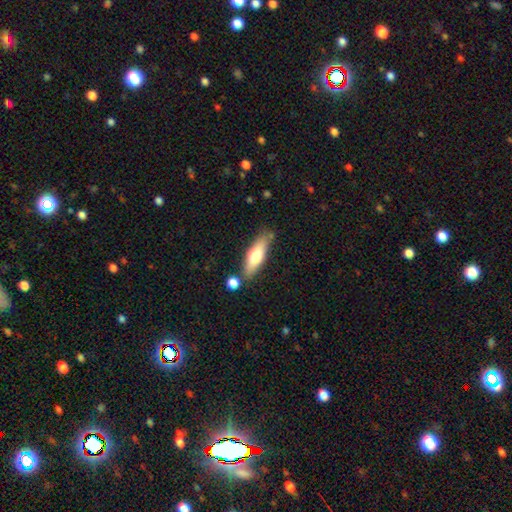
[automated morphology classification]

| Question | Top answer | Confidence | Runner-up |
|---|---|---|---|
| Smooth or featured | smooth | 62% | featured or disk (32%) |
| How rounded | cigar-shaped | 54% | in between (44%) |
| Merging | none | 76% | minor disturbance (13%) |